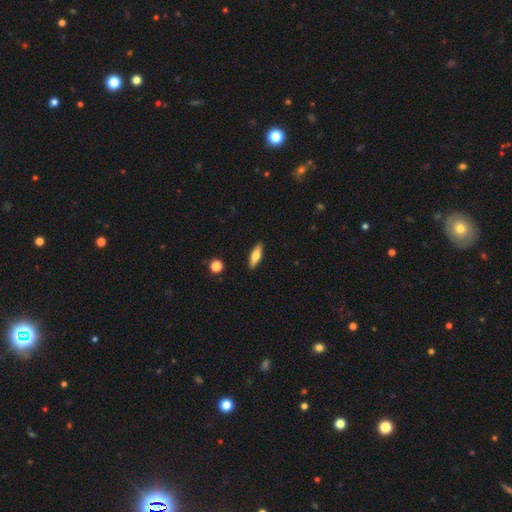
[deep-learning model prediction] smooth 62%, featured or disk 31%, star or artifact 6%. Down the decision tree: how rounded — in between (52%); merging — none (90%).